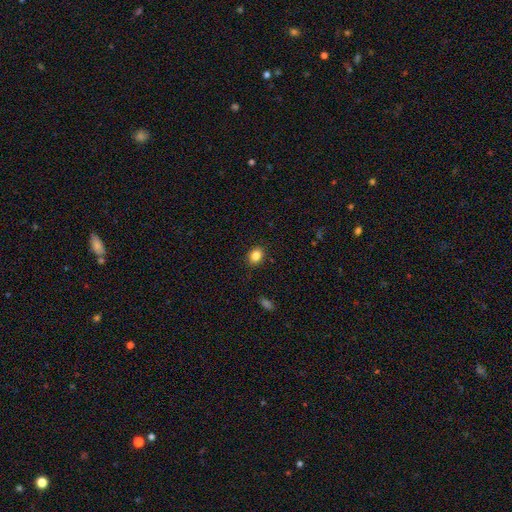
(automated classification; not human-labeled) The model was most divided on "how rounded": in between: 56%, round: 43%, cigar-shaped: 1%. More confident: merging — none (88%); smooth or featured — smooth (84%).